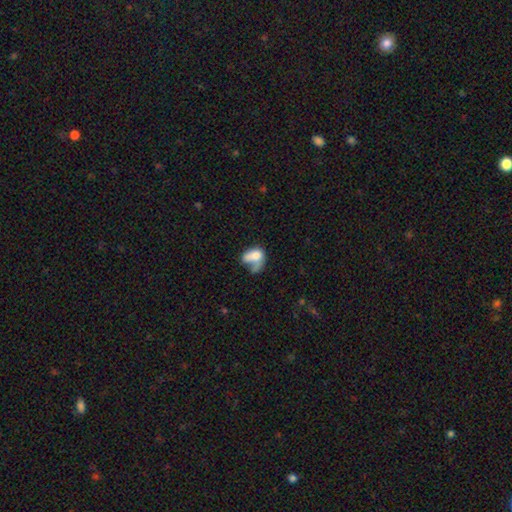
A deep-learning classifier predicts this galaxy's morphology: smooth_or_featured: smooth (p=0.65) [alt: featured or disk p=0.26]
how_rounded: in between (p=0.77) [alt: round p=0.21]
merging: major disturbance (p=0.38) [alt: merger p=0.24]